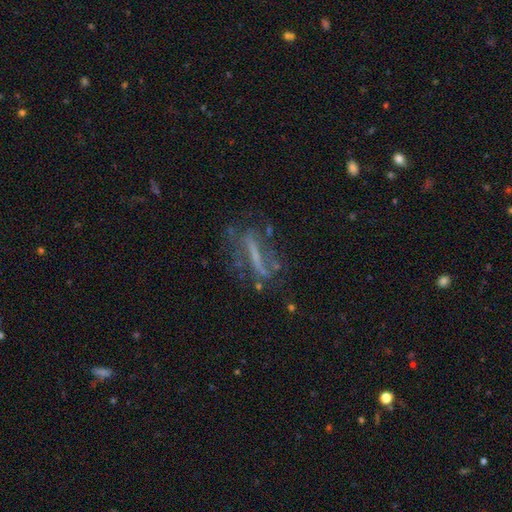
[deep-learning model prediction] Smooth or featured? featured or disk (61%)
Edge-on disk? no (62%)
Merging? none (52%)